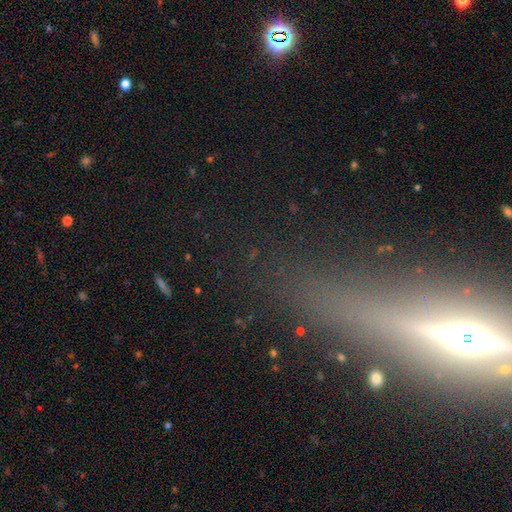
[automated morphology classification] A featured or disk galaxy (54%) viewed edge-on (81%). Merging: none (74%).